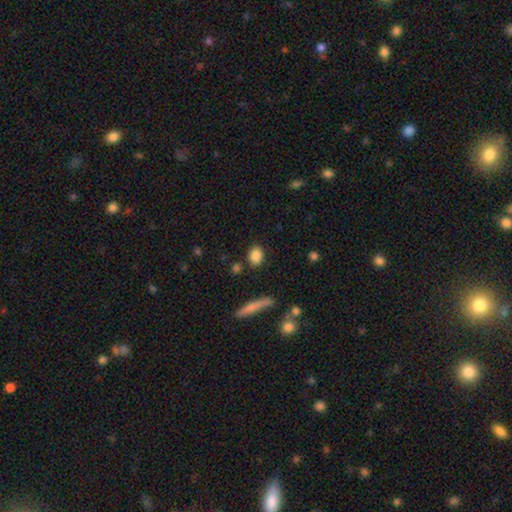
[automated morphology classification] Smooth or featured? smooth (85%)
How rounded? in between (57%)
Merging? none (83%)